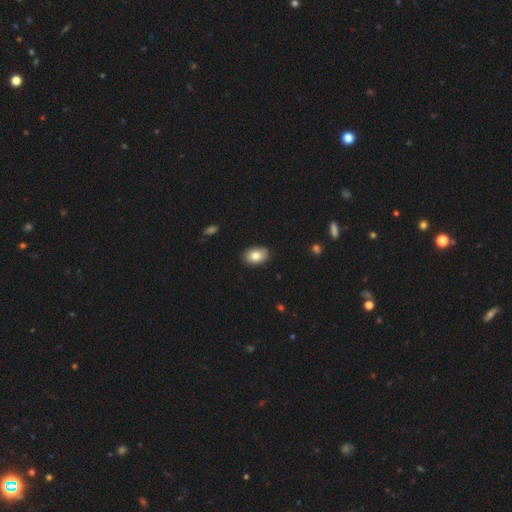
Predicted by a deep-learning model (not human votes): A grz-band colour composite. It shows a smooth galaxy with no disk features (83%) that is in between round and cigar-shaped (85%). Merging: none (87%).